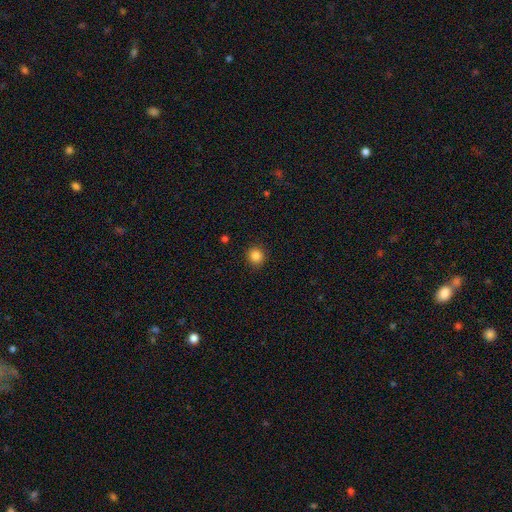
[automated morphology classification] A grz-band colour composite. It shows a smooth galaxy with no disk features (85%) that is round (90%). Merging: none (90%).